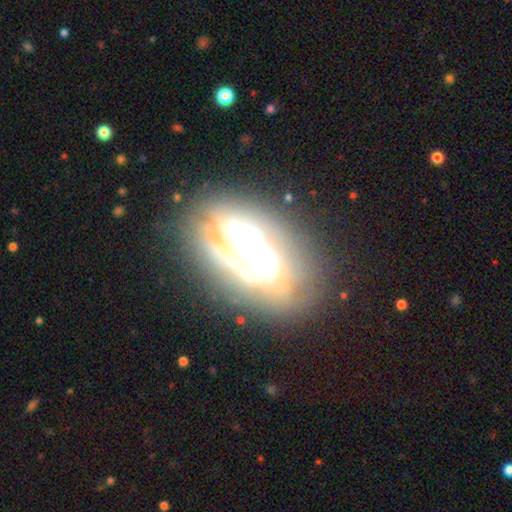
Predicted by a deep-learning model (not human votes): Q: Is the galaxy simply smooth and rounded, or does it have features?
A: featured or disk — 67%.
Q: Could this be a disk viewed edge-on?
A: no — 89%.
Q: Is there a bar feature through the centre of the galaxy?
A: no — 70%.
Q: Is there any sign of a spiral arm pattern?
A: no — 60%.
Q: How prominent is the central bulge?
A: large — 42%.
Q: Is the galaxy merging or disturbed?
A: none — 58%.